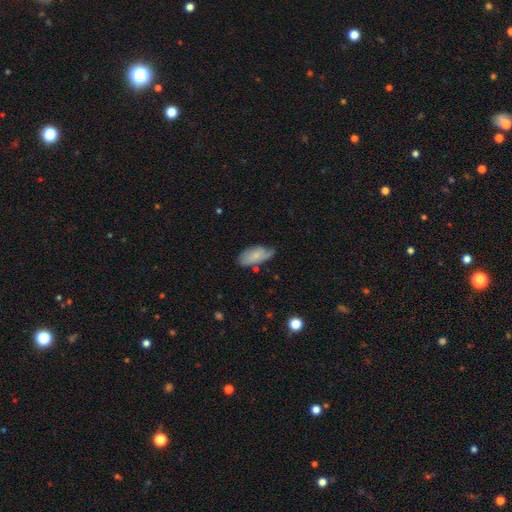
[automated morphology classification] Smooth or featured: smooth — 69% (featured or disk — 25%)
How rounded: in between — 91% (cigar-shaped — 7%)
Merging: none — 53% (minor disturbance — 35%)